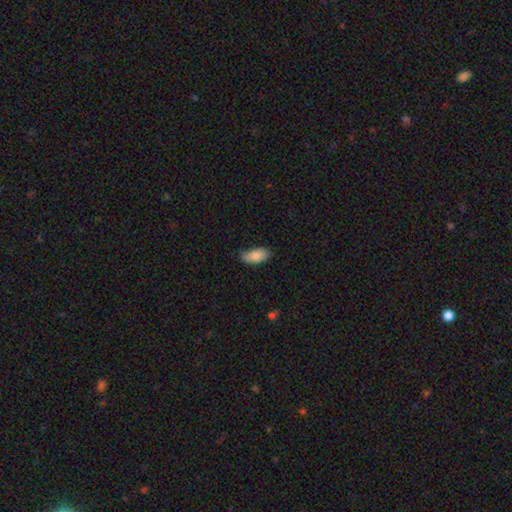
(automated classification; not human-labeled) A smooth galaxy with no disk features (85%) that is in between round and cigar-shaped (93%). Merging: none (63%).